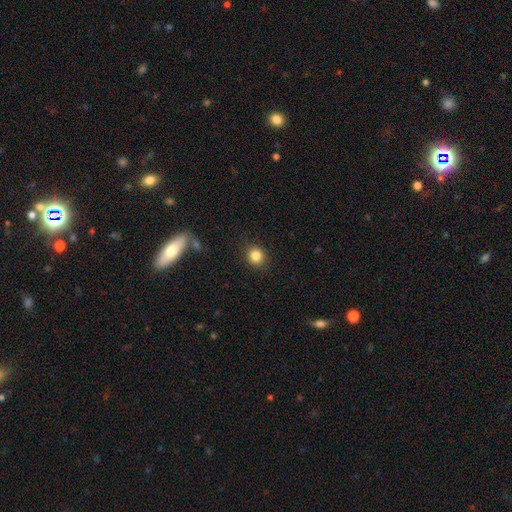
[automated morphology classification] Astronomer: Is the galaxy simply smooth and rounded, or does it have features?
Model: smooth — 84%.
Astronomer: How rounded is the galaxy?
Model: round — 86%.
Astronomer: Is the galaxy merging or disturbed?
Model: none — 88%.